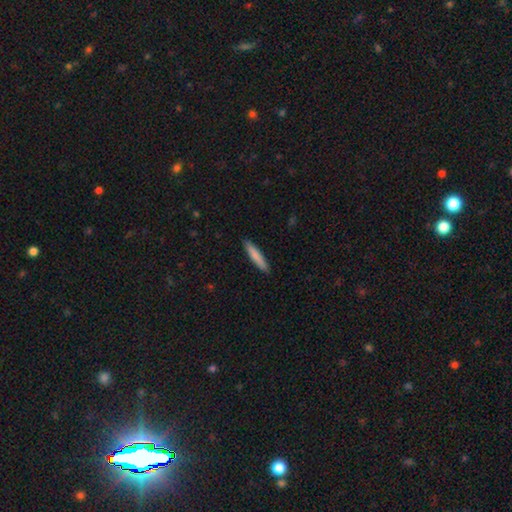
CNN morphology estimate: smooth_or_featured: smooth (p=0.80) [alt: featured or disk p=0.14]
how_rounded: cigar-shaped (p=0.90) [alt: in between p=0.08]
merging: none (p=0.91) [alt: minor disturbance p=0.07]